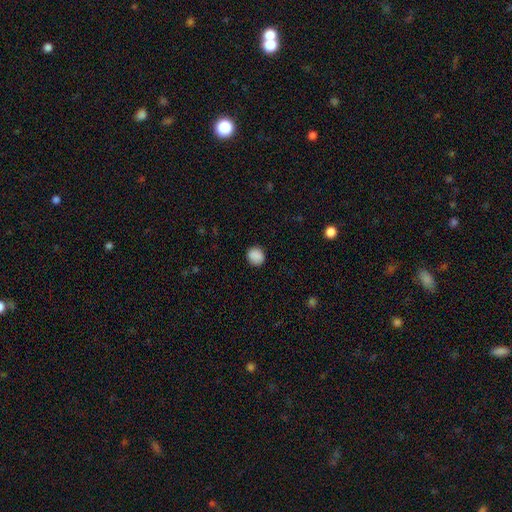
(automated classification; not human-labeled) Smooth or featured?
  - smooth: 88% *
  - star or artifact: 9%
  - featured or disk: 3%
How rounded?
  - round: 84% *
  - in between: 15%
  - cigar-shaped: 1%
Merging?
  - none: 89% *
  - minor disturbance: 8%
  - major disturbance: 2%
  - merger: 1%